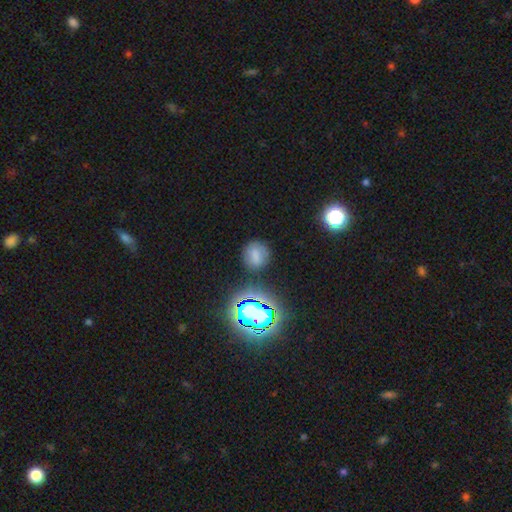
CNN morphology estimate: This is likely a smooth galaxy (69%). How rounded: likely round (73%). Merging: likely none (78%).